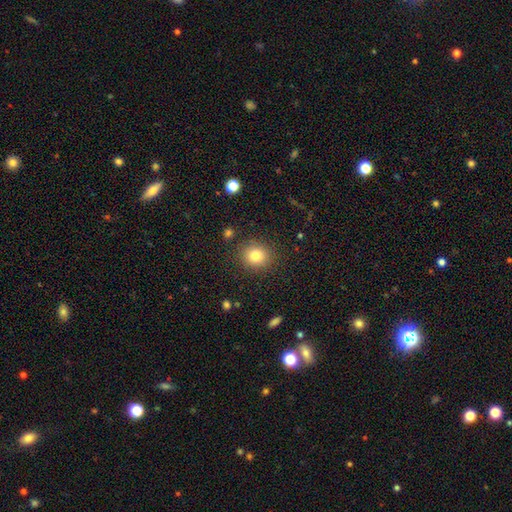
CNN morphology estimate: Smooth or featured: smooth — 81% (star or artifact — 11%)
How rounded: round — 80% (in between — 19%)
Merging: none — 88% (minor disturbance — 8%)